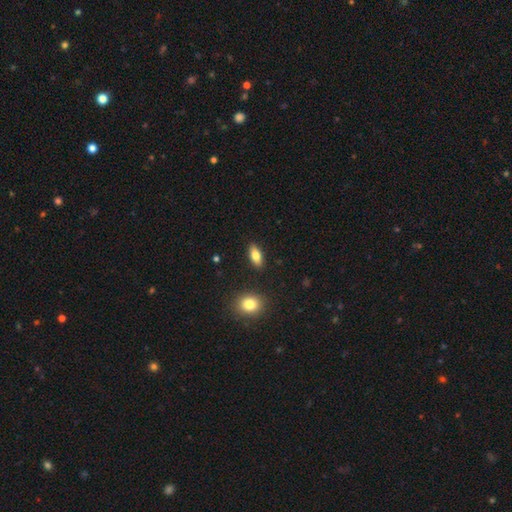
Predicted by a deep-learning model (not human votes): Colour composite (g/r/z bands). It shows a smooth galaxy with no disk features (76%) that is in between round and cigar-shaped (82%). Merging: none (89%).